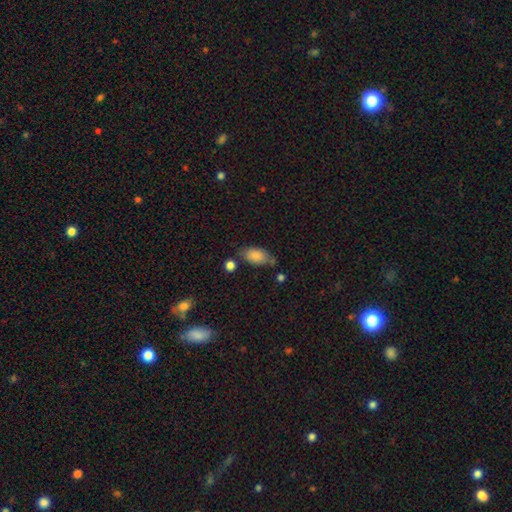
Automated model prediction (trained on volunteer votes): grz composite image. It shows a smooth galaxy with no disk features (84%) that is in between round and cigar-shaped (91%). Merging: none (60%).